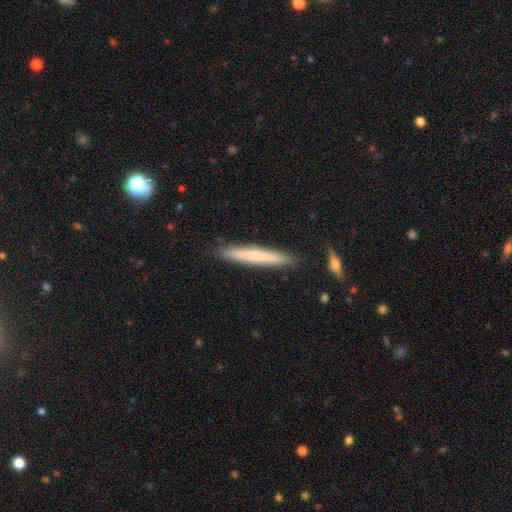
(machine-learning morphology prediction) This is likely a smooth galaxy (64%). How rounded: clearly cigar-shaped (95%). Merging: clearly none (89%).